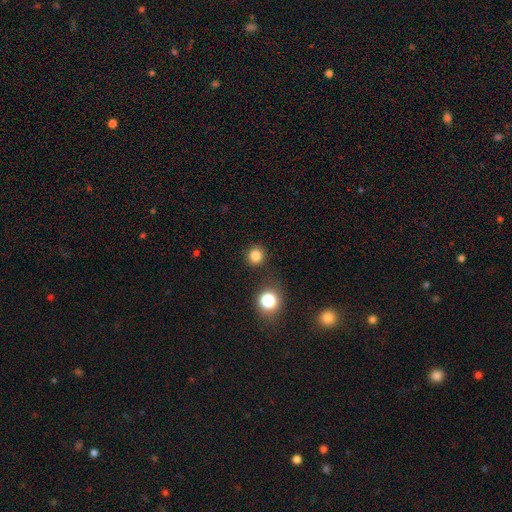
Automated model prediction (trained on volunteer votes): smooth 81%, star or artifact 15%, featured or disk 4%. Down the decision tree: how rounded — round (92%); merging — none (88%).